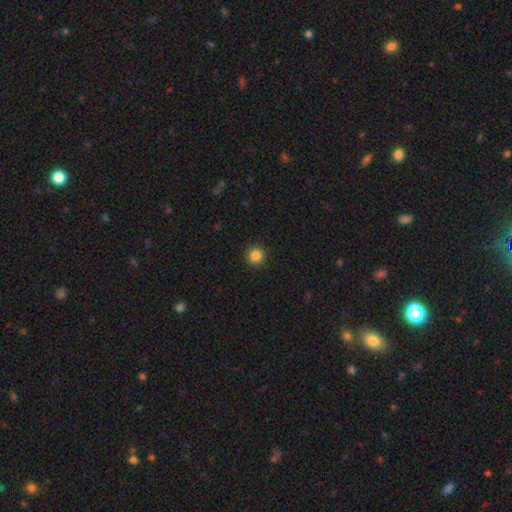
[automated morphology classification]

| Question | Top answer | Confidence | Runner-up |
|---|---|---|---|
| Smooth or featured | smooth | 85% | star or artifact (11%) |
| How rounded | round | 95% | in between (4%) |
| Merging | none | 93% | minor disturbance (5%) |